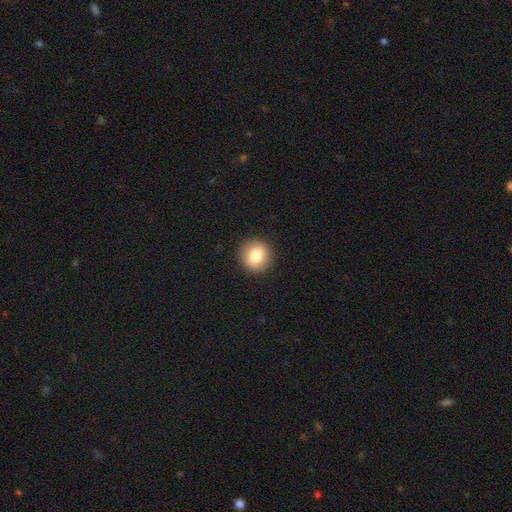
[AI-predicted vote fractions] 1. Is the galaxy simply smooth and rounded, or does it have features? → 81% smooth, 10% featured or disk, 9% star or artifact.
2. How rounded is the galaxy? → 90% round, 9% in between, 1% cigar-shaped.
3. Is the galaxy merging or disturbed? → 91% none, 6% minor disturbance, 2% major disturbance, 1% merger.